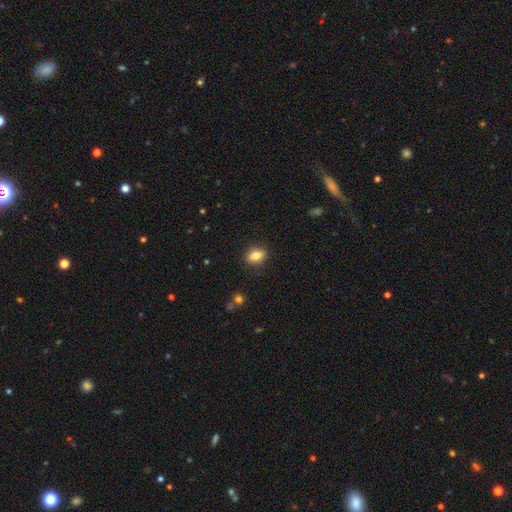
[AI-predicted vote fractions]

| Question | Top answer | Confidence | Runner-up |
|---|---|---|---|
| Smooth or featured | smooth | 84% | star or artifact (9%) |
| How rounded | in between | 78% | round (19%) |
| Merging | none | 87% | minor disturbance (9%) |